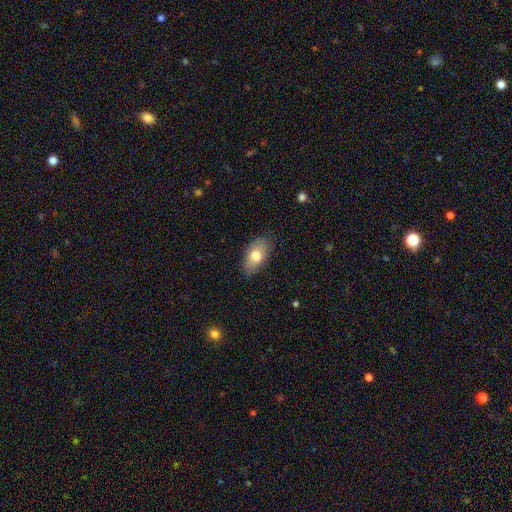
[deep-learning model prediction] The model was most divided on "smooth or featured": smooth: 72%, featured or disk: 21%, star or artifact: 7%. More confident: how rounded — in between (89%); merging — none (82%).